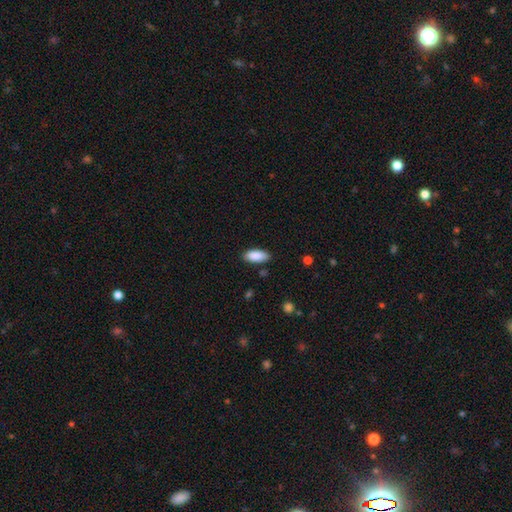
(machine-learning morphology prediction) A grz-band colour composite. It shows a smooth galaxy with no disk features (89%) that is in between round and cigar-shaped (85%). Merging: none (85%).